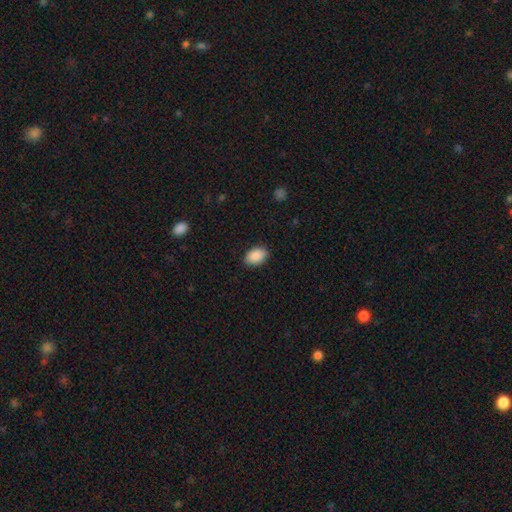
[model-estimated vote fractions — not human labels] This appears to be a smooth galaxy with no disk features (90%) that is in between round and cigar-shaped (87%). Merging: none (88%).